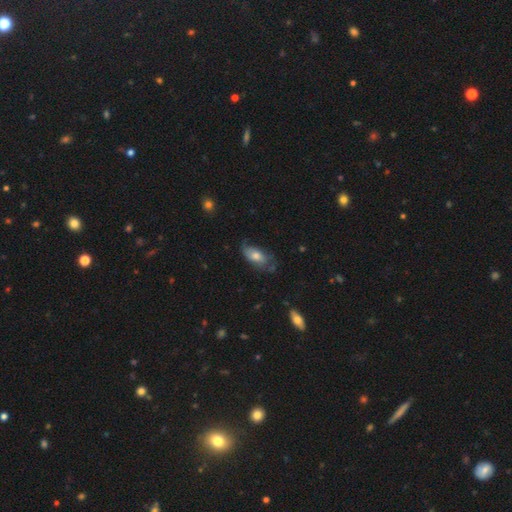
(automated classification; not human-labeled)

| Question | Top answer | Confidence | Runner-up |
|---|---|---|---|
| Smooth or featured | smooth | 56% | featured or disk (37%) |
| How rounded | in between | 88% | cigar-shaped (7%) |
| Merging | none | 51% | minor disturbance (32%) |